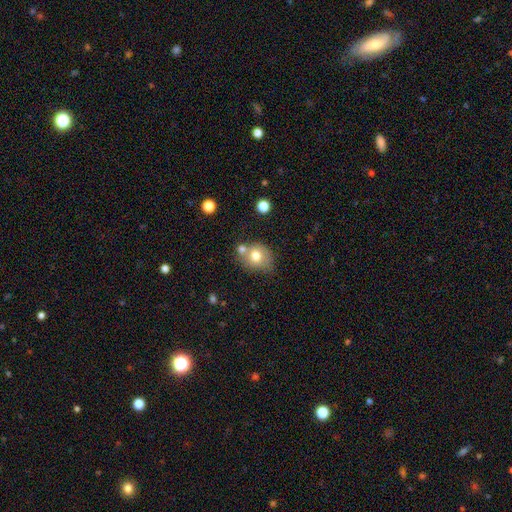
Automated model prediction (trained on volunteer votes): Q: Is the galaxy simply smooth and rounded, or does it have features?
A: smooth — 73%.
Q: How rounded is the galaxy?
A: round — 62%.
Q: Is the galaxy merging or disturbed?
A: none — 50%.